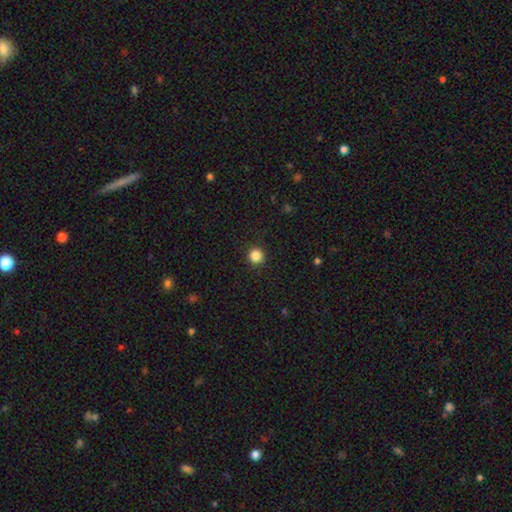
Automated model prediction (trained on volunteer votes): Smooth or featured? smooth (86%)
How rounded? round (95%)
Merging? none (93%)